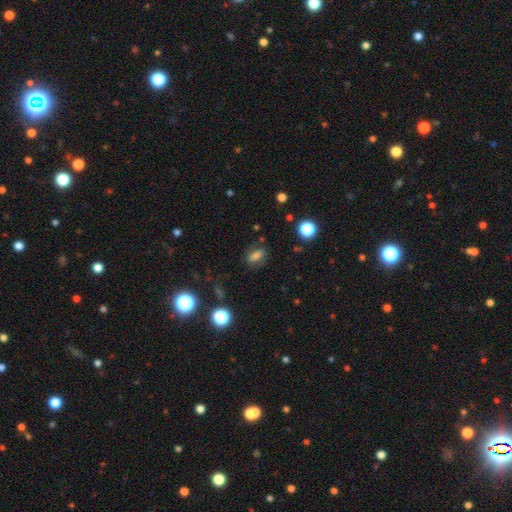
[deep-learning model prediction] This appears to be a smooth galaxy with no disk features (75%) that is in between round and cigar-shaped (78%). Merging: none (78%).